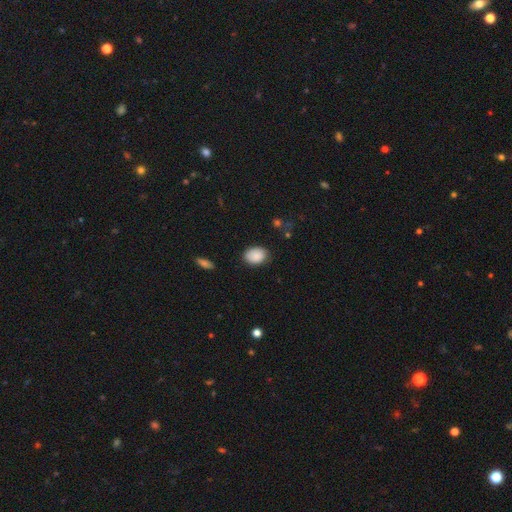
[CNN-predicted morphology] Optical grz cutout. It shows a smooth galaxy with no disk features (89%) that is in between round and cigar-shaped (73%). Merging: none (82%).